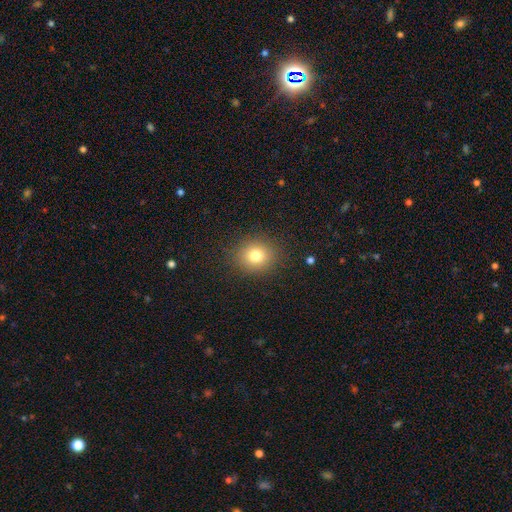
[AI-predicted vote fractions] smooth-or-featured: smooth: 78% | star or artifact: 13% | featured or disk: 9%
  how-rounded: round: 81% | in between: 18% | cigar-shaped: 1%
  merging: none: 89% | minor disturbance: 7% | major disturbance: 3% | merger: 1%